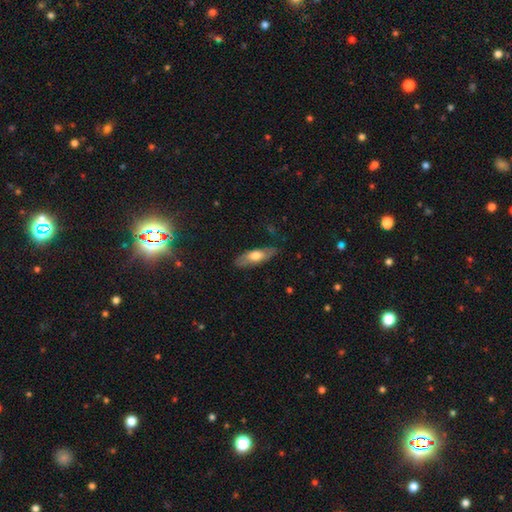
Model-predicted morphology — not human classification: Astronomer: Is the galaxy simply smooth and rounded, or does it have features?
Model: smooth — 60%.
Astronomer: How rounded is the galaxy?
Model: in between — 59% (runner-up: cigar-shaped, 38%).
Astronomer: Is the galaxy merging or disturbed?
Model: none — 77%.